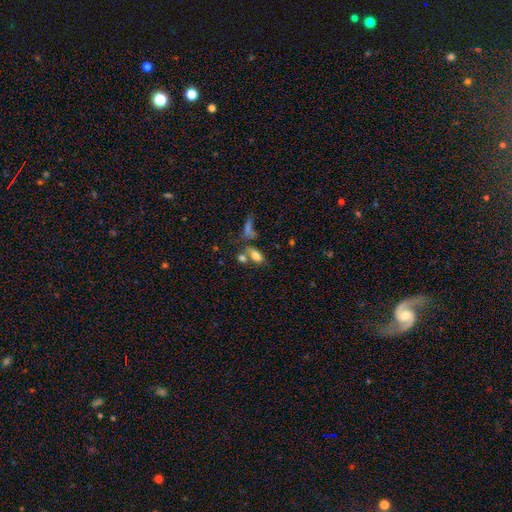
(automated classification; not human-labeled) Q: Smooth or featured?
A: smooth (74%); runner-up: featured or disk (16%)
Q: How rounded?
A: in between (85%); runner-up: cigar-shaped (9%)
Q: Merging?
A: none (48%); runner-up: merger (30%)